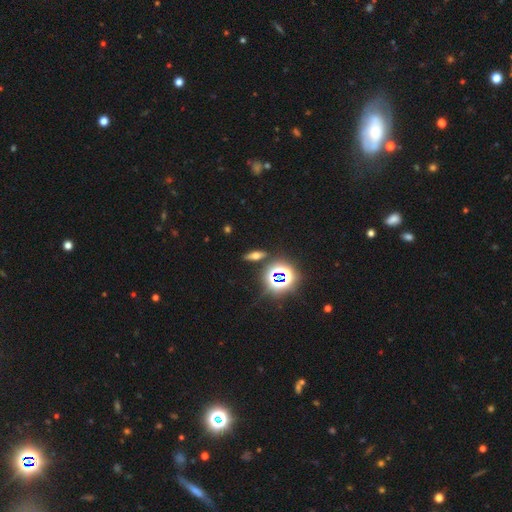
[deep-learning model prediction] The model was most divided on "smooth or featured": smooth: 42%, star or artifact: 31%, featured or disk: 27%. More confident: merging — none (85%).